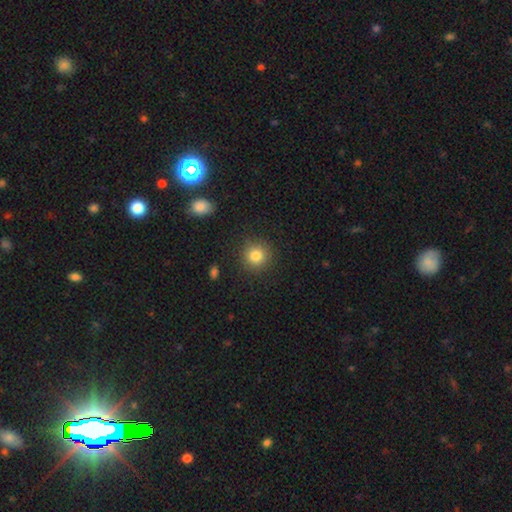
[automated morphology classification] The model was most divided on "smooth or featured": smooth: 83%, star or artifact: 11%, featured or disk: 7%. More confident: how rounded — round (92%); merging — none (88%).